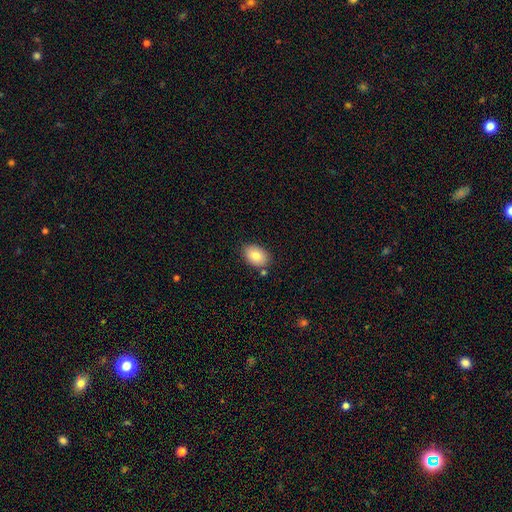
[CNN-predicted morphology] smooth-or-featured: smooth: 83% | featured or disk: 10% | star or artifact: 7%
  how-rounded: in between: 84% | round: 15% | cigar-shaped: 1%
  merging: none: 80% | minor disturbance: 13% | merger: 5% | major disturbance: 2%